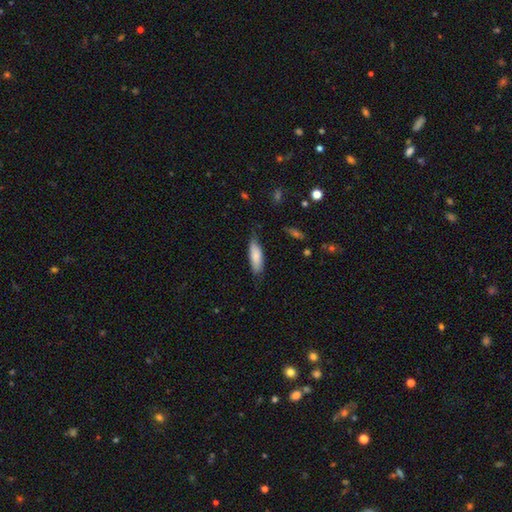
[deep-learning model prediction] A smooth galaxy with no disk features (81%) that is in between round and cigar-shaped (55%).

Vote fractions:
- Smooth or featured? smooth: 81% / featured or disk: 13% / star or artifact: 6%
- How rounded? in between: 55% / cigar-shaped: 43% / round: 2%
- Merging? none: 66% / minor disturbance: 27% / major disturbance: 5% / merger: 2%